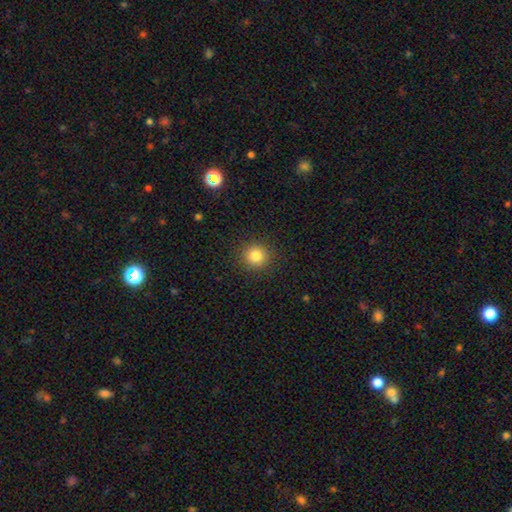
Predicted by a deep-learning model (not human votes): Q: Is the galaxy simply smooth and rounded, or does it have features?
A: smooth — 83%.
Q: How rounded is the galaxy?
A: round — 92%.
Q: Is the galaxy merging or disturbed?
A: none — 91%.